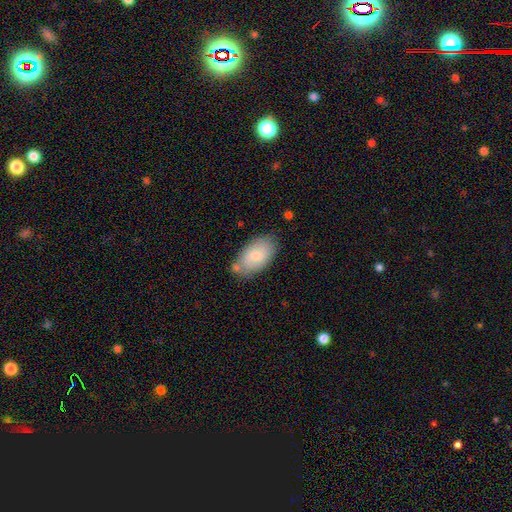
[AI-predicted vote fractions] Overall: smooth (79%). How rounded: in between (95%). Merging: none (70%).